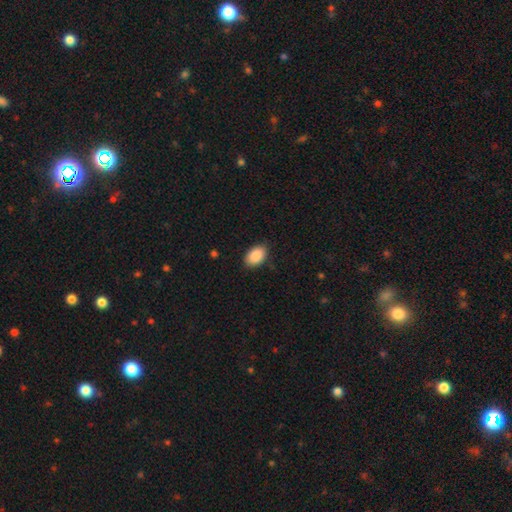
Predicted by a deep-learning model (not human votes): smooth_or_featured: smooth (p=0.90) [alt: star or artifact p=0.07]
how_rounded: in between (p=0.89) [alt: round p=0.10]
merging: none (p=0.86) [alt: minor disturbance p=0.11]